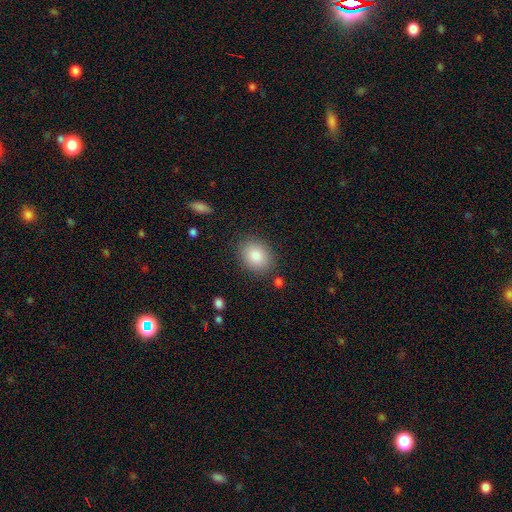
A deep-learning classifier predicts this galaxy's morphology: Smooth or featured? Predicted: smooth (p=0.86). How rounded? Predicted: round (p=0.50). Merging? Predicted: none (p=0.84).